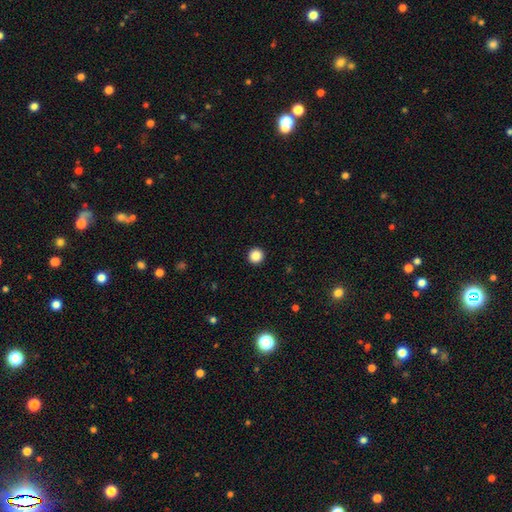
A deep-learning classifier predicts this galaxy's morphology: A smooth galaxy with no disk features (87%) that is round (96%). Merging: none (94%).